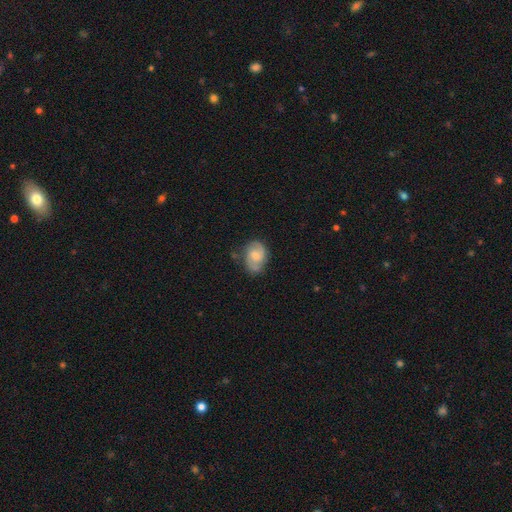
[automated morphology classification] This is possibly a featured or disk galaxy (56%). It is clearly not viewed edge-on (97%). Bar: possibly no (54%). Spiral arm pattern: clearly yes (87%). Central bulge: marginally moderate (43%). Merging: likely none (62%).